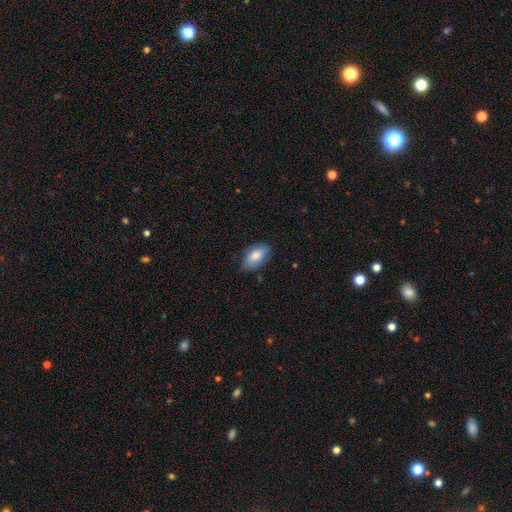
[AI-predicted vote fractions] A smooth galaxy with no disk features (81%) that is in between round and cigar-shaped (92%).

Vote fractions:
- Smooth or featured? smooth: 81% / featured or disk: 13% / star or artifact: 6%
- How rounded? in between: 92% / cigar-shaped: 4% / round: 4%
- Merging? none: 79% / minor disturbance: 17% / major disturbance: 3% / merger: 1%